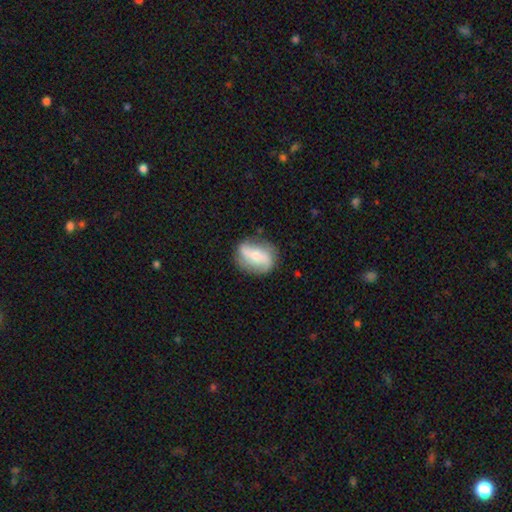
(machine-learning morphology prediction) A featured or disk galaxy (59%) with no bar (37%), spiral arms (71%) and a small central bulge (51%).

Vote fractions:
- Smooth or featured? featured or disk: 59% / smooth: 34% / star or artifact: 7%
- Edge-on disk? no: 90% / yes: 10%
- Bar? no: 37% / strong: 35% / weak: 27%
- Spiral arms? yes: 71% / no: 29%
- Bulge size? small: 51% / moderate: 41% / large: 4% / none: 3% / dominant: 2%
- Merging? none: 73% / minor disturbance: 18% / major disturbance: 7% / merger: 2%